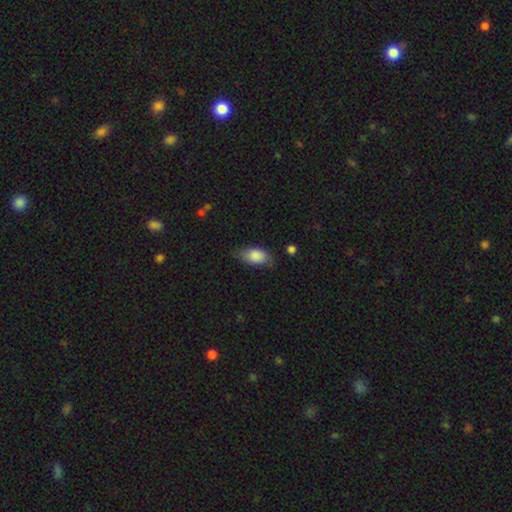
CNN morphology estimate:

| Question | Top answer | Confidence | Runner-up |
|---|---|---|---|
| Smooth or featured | smooth | 84% | featured or disk (9%) |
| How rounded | in between | 90% | round (6%) |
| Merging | none | 60% | minor disturbance (31%) |